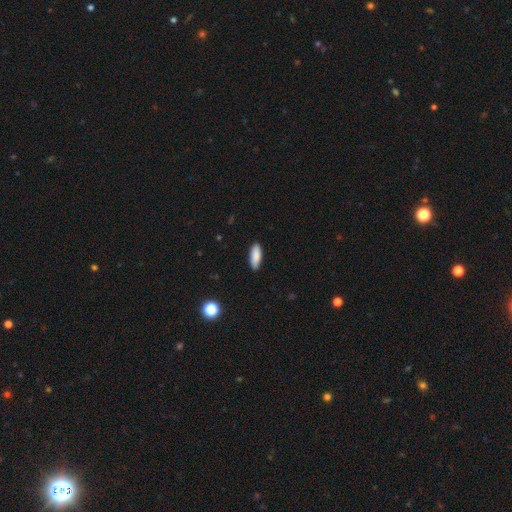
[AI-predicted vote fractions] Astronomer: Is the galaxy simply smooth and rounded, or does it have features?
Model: smooth — 88%.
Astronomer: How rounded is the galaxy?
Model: in between — 65%.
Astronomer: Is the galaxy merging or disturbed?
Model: none — 88%.